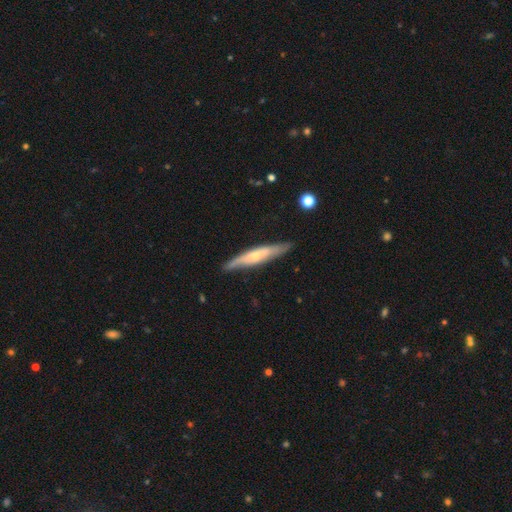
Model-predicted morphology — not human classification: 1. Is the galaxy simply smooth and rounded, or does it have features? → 60% featured or disk, 35% smooth, 5% star or artifact.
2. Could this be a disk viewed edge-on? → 79% yes, 21% no.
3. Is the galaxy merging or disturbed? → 81% none, 15% minor disturbance, 3% major disturbance, 2% merger.